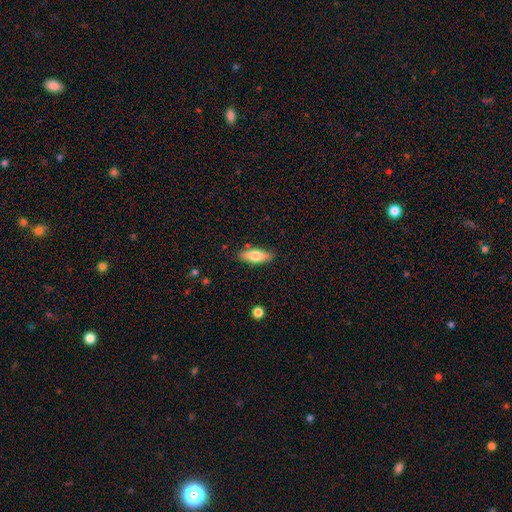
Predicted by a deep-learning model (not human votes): This is likely a smooth galaxy (73%). How rounded: likely in between (67%). Merging: clearly none (85%).